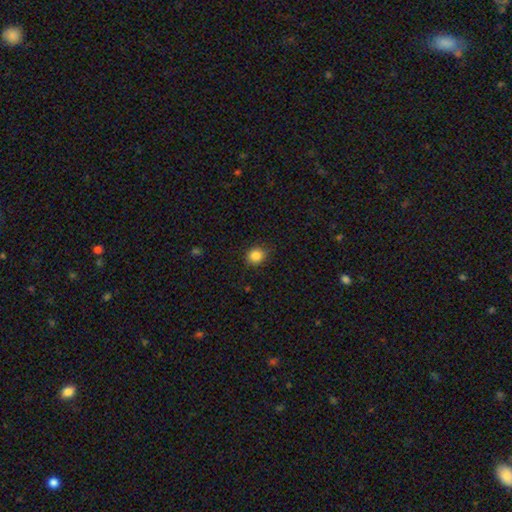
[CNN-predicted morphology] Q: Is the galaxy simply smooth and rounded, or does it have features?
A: smooth — 85%.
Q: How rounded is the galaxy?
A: round — 83%.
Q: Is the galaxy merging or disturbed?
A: none — 84%.